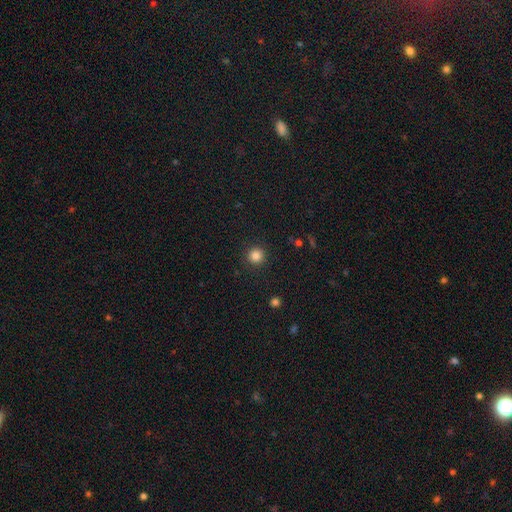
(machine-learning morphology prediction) This is clearly a smooth galaxy (85%). How rounded: clearly round (95%). Merging: clearly none (92%).